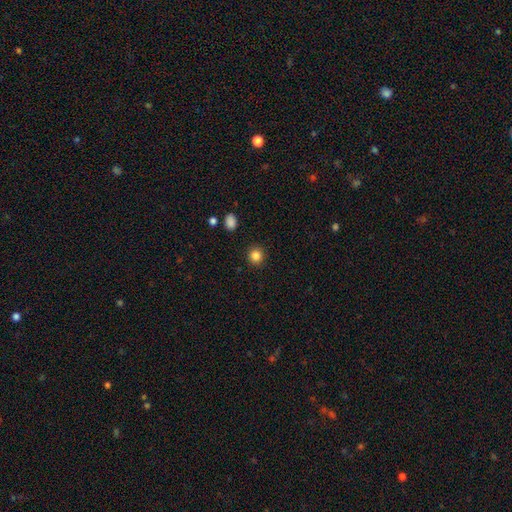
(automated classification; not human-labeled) Morphology: type=smooth (85%); roundness=round (92%); merging=none (91%).